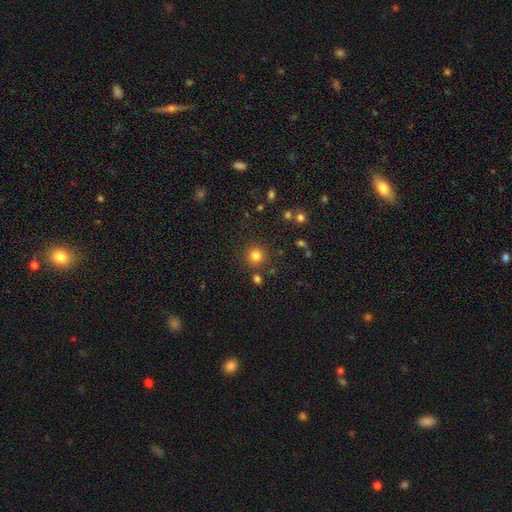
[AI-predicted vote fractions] Smooth or featured? smooth (80%)
How rounded? round (94%)
Merging? none (86%)